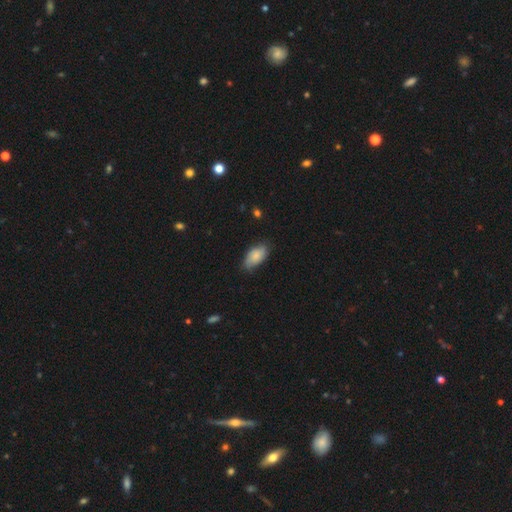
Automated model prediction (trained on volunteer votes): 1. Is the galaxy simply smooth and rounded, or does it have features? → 78% smooth, 15% featured or disk, 7% star or artifact.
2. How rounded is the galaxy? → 93% in between, 4% round, 3% cigar-shaped.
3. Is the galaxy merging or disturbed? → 72% none, 23% minor disturbance, 4% major disturbance, 1% merger.